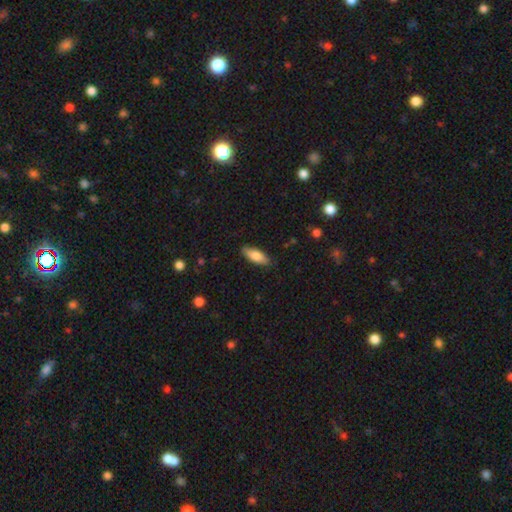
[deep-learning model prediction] Overall: smooth (81%). How rounded: in between (74%). Merging: none (86%).